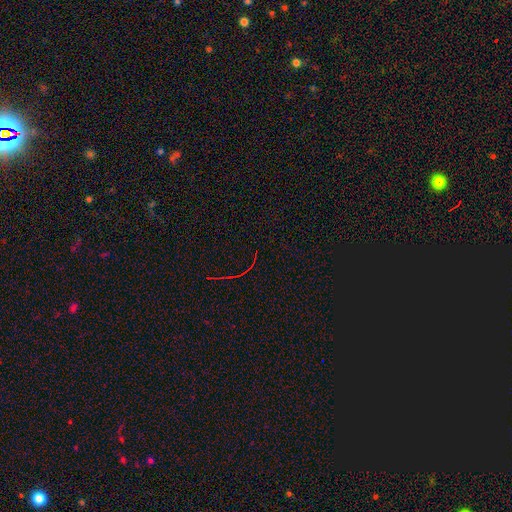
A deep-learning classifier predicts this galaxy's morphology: star or artifact 78%, featured or disk 11%, smooth 11%.